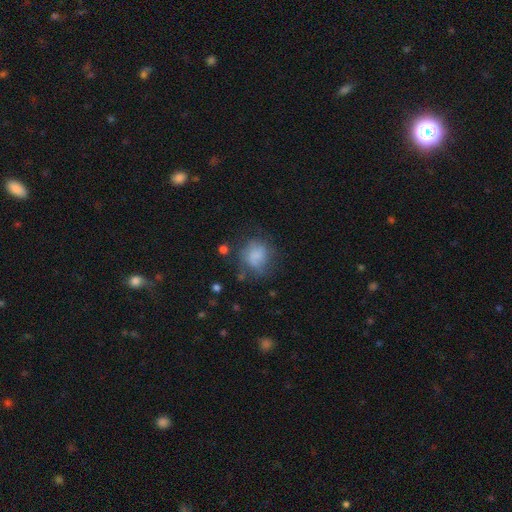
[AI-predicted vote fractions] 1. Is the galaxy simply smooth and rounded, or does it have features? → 68% smooth, 21% featured or disk, 11% star or artifact.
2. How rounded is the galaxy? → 69% round, 30% in between, 1% cigar-shaped.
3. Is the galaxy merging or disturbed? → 50% none, 26% minor disturbance, 20% major disturbance, 4% merger.